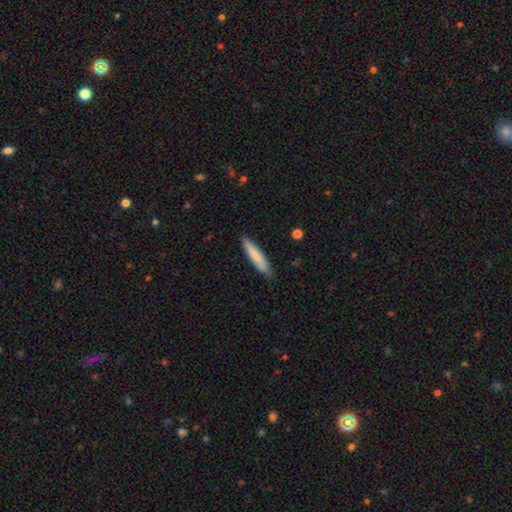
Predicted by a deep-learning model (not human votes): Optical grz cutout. It shows a smooth galaxy with no disk features (76%) that is cigar-shaped (84%). Merging: none (81%).